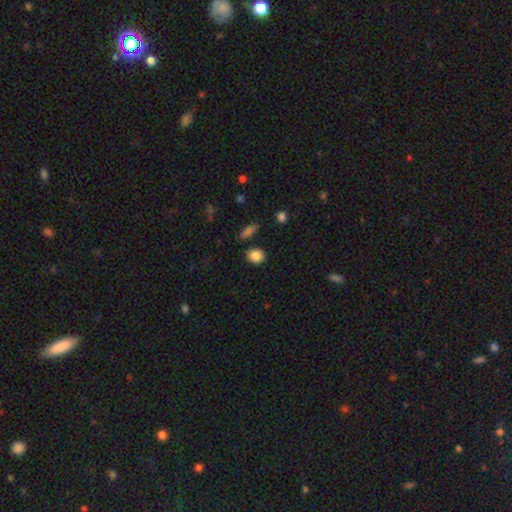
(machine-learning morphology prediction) Smooth or featured? smooth (87%)
How rounded? round (64%)
Merging? none (84%)